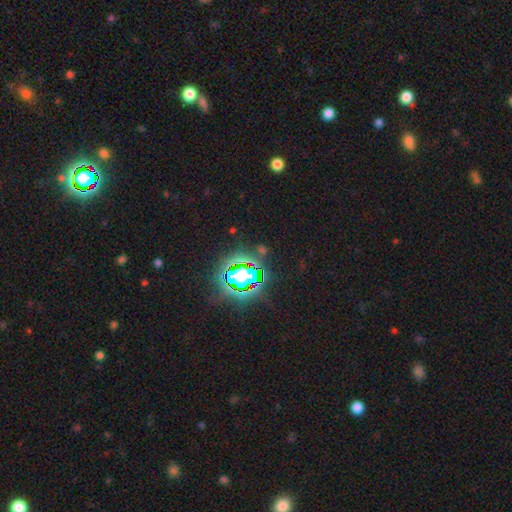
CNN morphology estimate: star or artifact 83%, smooth 10%, featured or disk 7%.